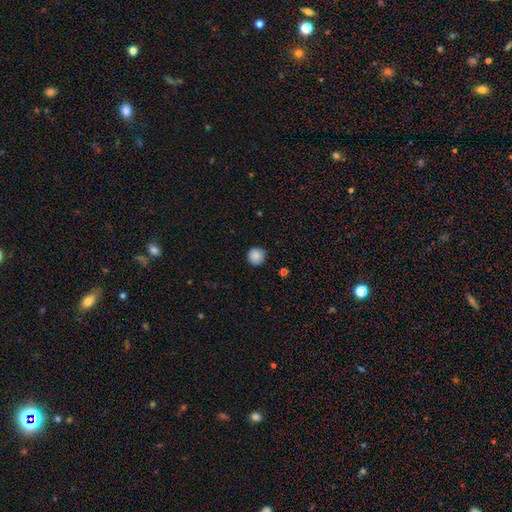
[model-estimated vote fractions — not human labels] This is clearly a smooth galaxy (88%). How rounded: clearly round (95%). Merging: clearly none (87%).